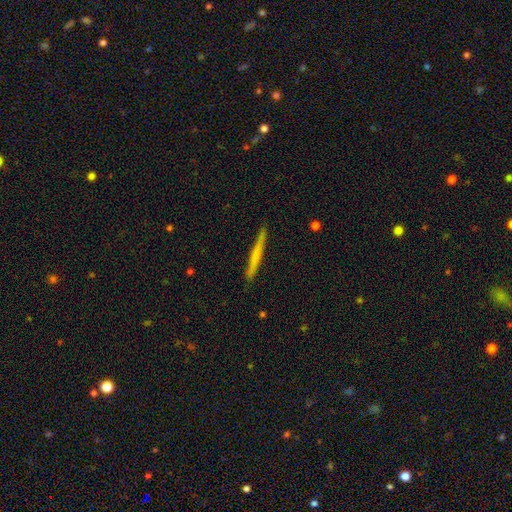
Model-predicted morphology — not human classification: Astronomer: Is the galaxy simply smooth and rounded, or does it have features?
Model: smooth — 56% (runner-up: featured or disk, 38%).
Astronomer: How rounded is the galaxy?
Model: cigar-shaped — 97%.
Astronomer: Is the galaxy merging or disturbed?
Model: none — 90%.